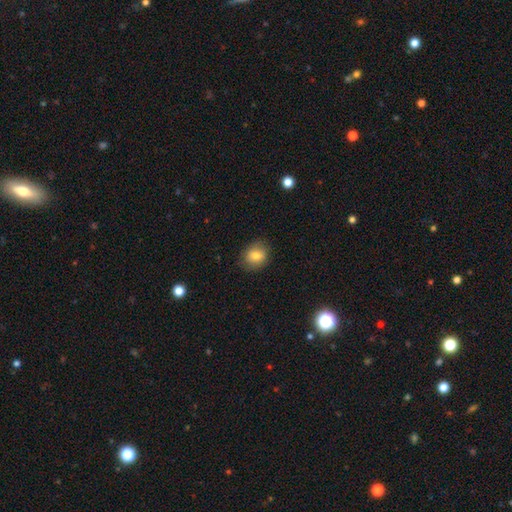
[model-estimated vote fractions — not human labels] A smooth galaxy with no disk features (78%) that is round (63%).

Vote fractions:
- Smooth or featured? smooth: 78% / featured or disk: 12% / star or artifact: 10%
- How rounded? round: 63% / in between: 36% / cigar-shaped: 1%
- Merging? none: 83% / minor disturbance: 13% / major disturbance: 3% / merger: 1%